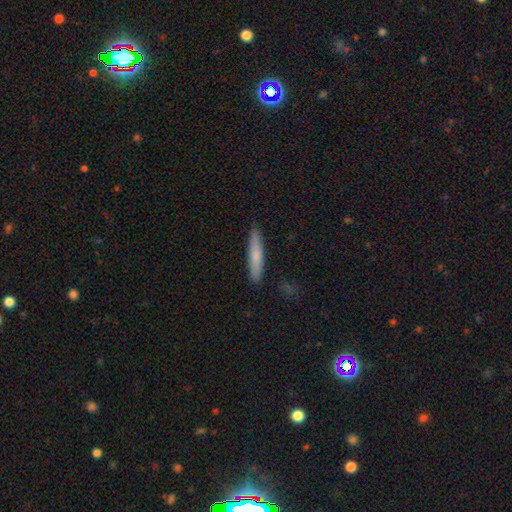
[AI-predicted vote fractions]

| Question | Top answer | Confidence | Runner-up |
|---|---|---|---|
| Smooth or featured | smooth | 71% | featured or disk (23%) |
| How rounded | cigar-shaped | 90% | in between (9%) |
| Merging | none | 89% | minor disturbance (8%) |